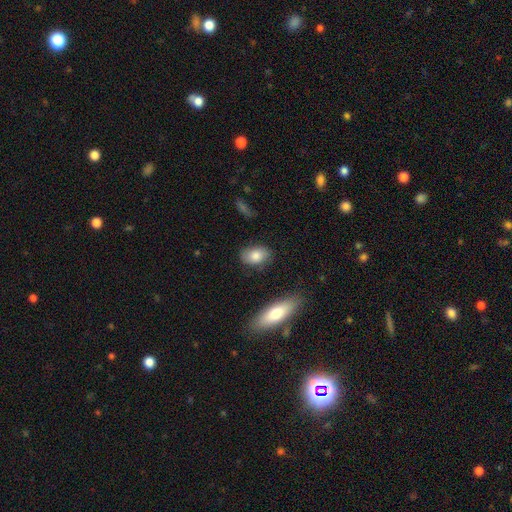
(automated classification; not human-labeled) Overall: smooth (80%). How rounded: in between (83%). Merging: none (80%).